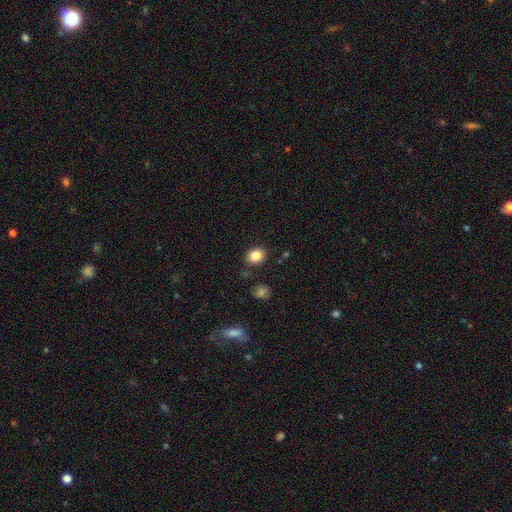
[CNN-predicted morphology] Smooth or featured? Predicted: smooth (p=0.84). How rounded? Predicted: round (p=0.59). Merging? Predicted: none (p=0.86).